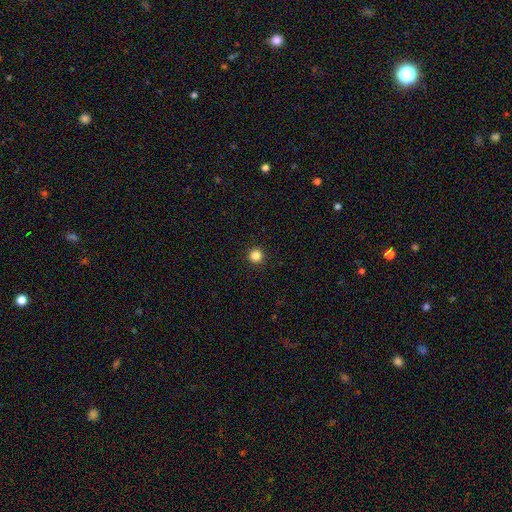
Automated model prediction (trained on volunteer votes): The model was most divided on "smooth or featured": smooth: 85%, star or artifact: 12%, featured or disk: 3%. More confident: how rounded — round (96%); merging — none (94%).